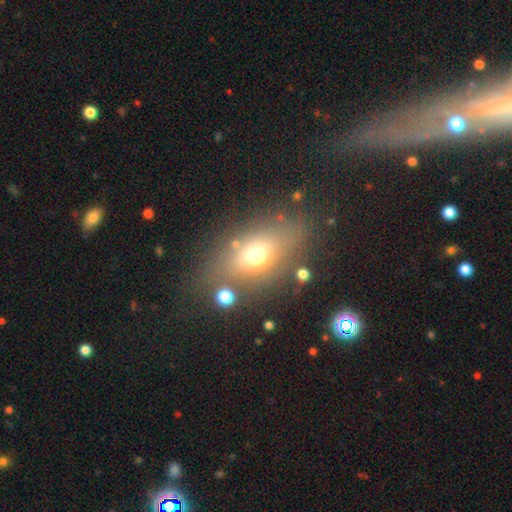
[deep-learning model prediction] The model was most divided on "smooth or featured": smooth: 63%, featured or disk: 22%, star or artifact: 15%. More confident: merging — none (73%); how rounded — in between (72%).